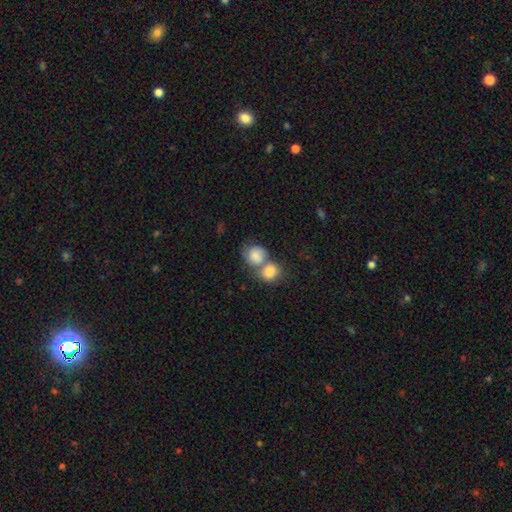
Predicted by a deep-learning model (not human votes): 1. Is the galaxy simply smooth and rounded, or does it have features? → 78% smooth, 15% featured or disk, 7% star or artifact.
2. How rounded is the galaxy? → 67% round, 32% in between, 1% cigar-shaped.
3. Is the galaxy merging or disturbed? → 66% merger, 21% none, 8% minor disturbance, 5% major disturbance.